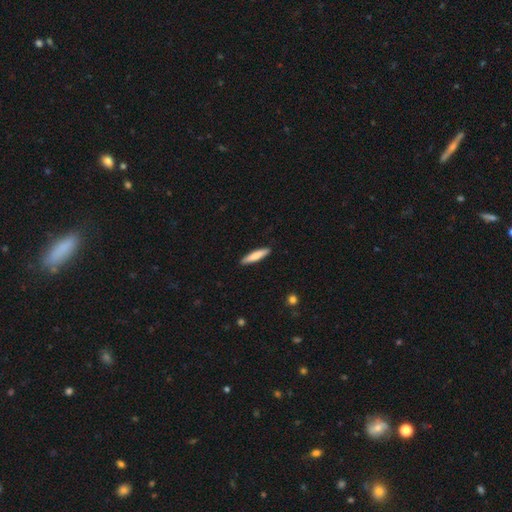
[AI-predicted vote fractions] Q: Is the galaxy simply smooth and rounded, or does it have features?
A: smooth — 77%.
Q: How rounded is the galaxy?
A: cigar-shaped — 85%.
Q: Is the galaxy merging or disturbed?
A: none — 90%.